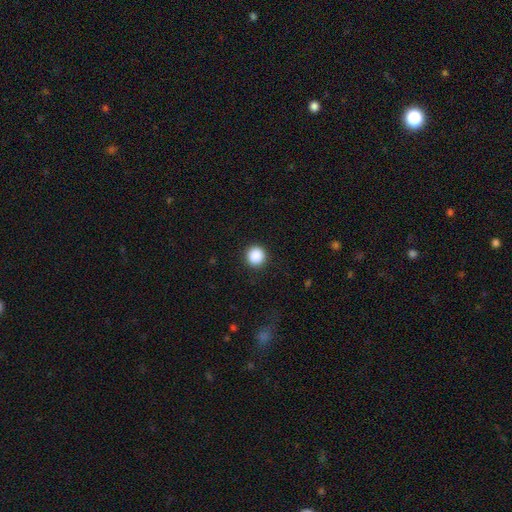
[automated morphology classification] Smooth or featured?
  - smooth: 88% *
  - star or artifact: 9%
  - featured or disk: 3%
How rounded?
  - round: 93% *
  - in between: 6%
  - cigar-shaped: 1%
Merging?
  - none: 92% *
  - minor disturbance: 5%
  - major disturbance: 2%
  - merger: 1%